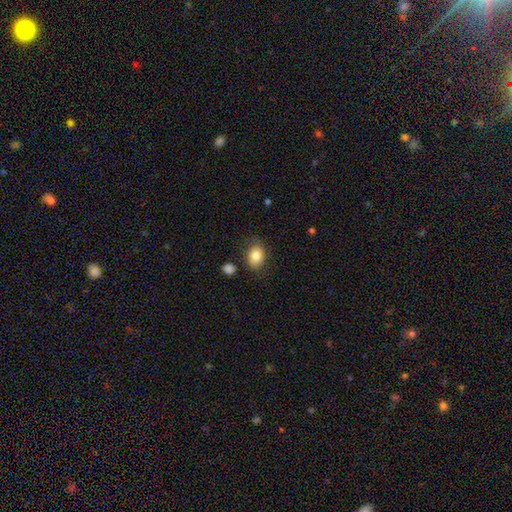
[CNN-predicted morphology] Smooth or featured: smooth — 83% (featured or disk — 9%)
How rounded: in between — 70% (round — 29%)
Merging: none — 79% (minor disturbance — 14%)